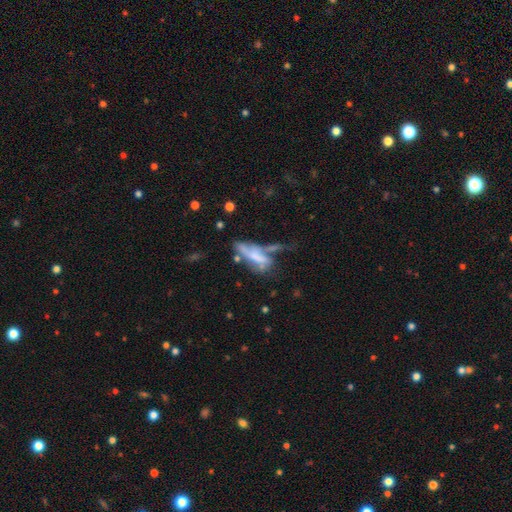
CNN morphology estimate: Smooth or featured?
  - featured or disk: 46% *
  - smooth: 44%
  - star or artifact: 10%
Merging?
  - major disturbance: 36% *
  - merger: 24%
  - none: 21%
  - minor disturbance: 19%